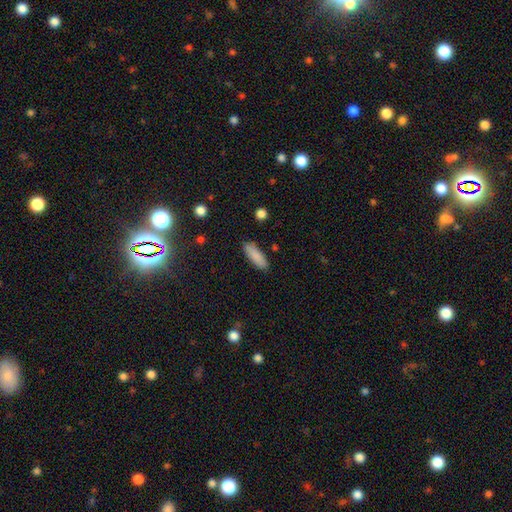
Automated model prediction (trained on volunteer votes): Smooth or featured? Predicted: smooth (p=0.88). How rounded? Predicted: in between (p=0.50). Merging? Predicted: none (p=0.88).